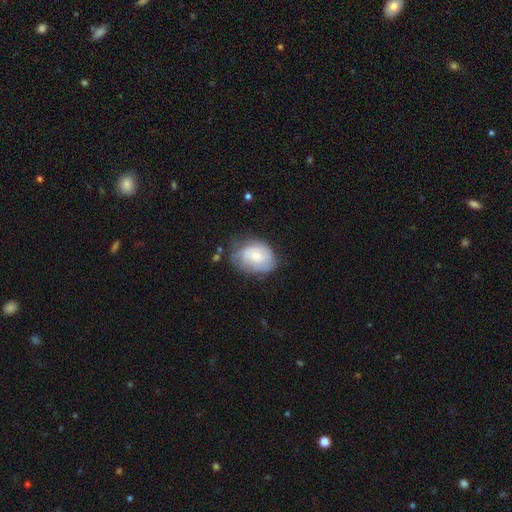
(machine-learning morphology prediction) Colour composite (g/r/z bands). It shows a smooth galaxy with no disk features (58%) that is in between round and cigar-shaped (59%). Merging: none (51%).